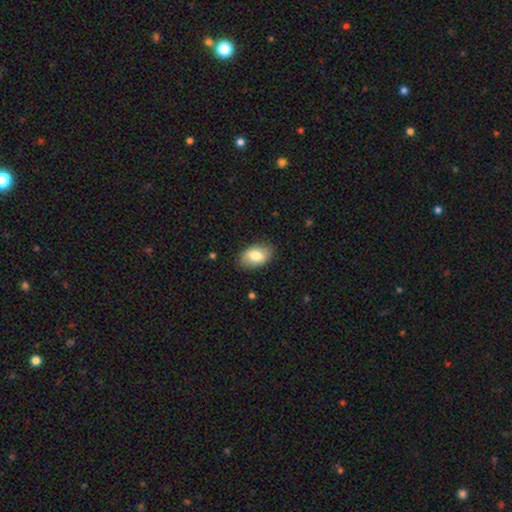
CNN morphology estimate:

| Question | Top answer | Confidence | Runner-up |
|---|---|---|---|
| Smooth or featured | smooth | 76% | featured or disk (17%) |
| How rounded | in between | 89% | round (9%) |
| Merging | none | 84% | minor disturbance (13%) |